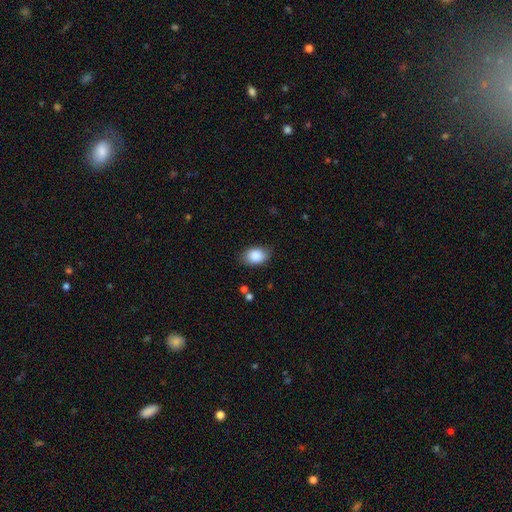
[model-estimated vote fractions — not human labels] Smooth or featured: smooth — 87% (star or artifact — 7%)
How rounded: in between — 79% (round — 20%)
Merging: none — 79% (minor disturbance — 17%)